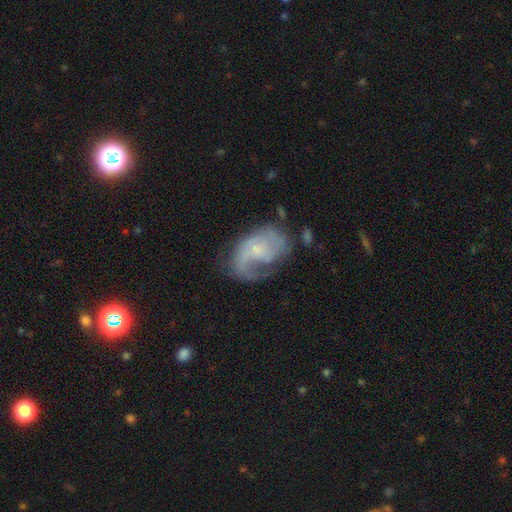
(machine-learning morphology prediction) Smooth or featured? Predicted: featured or disk (p=0.70). Edge-on disk? Predicted: no (p=0.96). Bar? Predicted: no (p=0.68). Spiral arms? Predicted: yes (p=0.87). Spiral winding? Predicted: medium (p=0.41). Spiral arm count? Predicted: 2 (p=0.37). Bulge size? Predicted: small (p=0.68). Merging? Predicted: none (p=0.52).